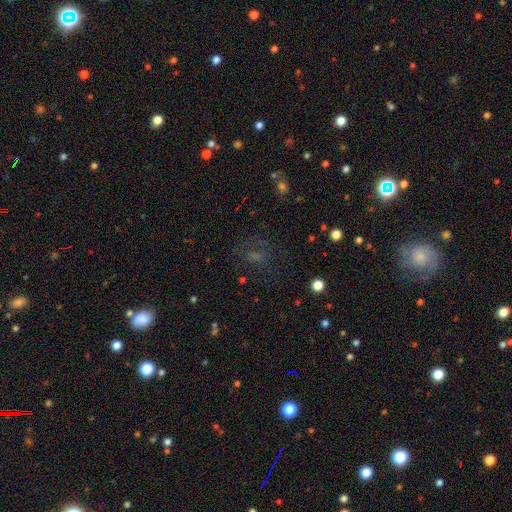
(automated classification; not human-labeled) Q: Smooth or featured?
A: star or artifact (40%); runner-up: smooth (38%)